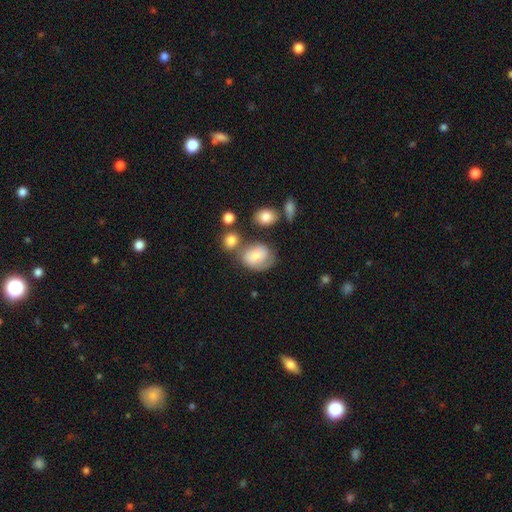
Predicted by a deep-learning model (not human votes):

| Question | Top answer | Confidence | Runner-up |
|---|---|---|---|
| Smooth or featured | smooth | 67% | featured or disk (25%) |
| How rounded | in between | 56% | round (43%) |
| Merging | none | 46% | minor disturbance (26%) |